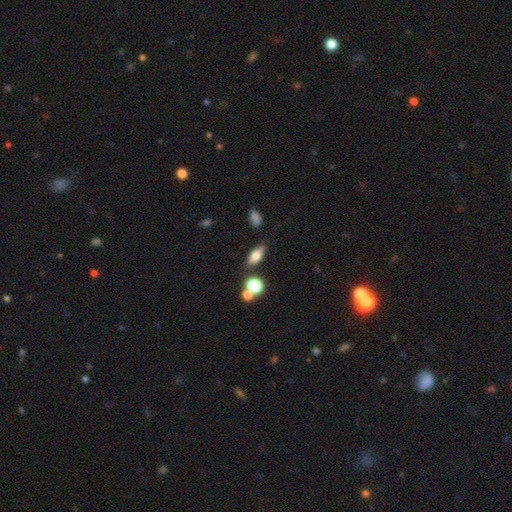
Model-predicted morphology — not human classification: Smooth or featured?
  - smooth: 68% *
  - featured or disk: 20%
  - star or artifact: 12%
How rounded?
  - in between: 68% *
  - cigar-shaped: 23%
  - round: 9%
Merging?
  - none: 78% *
  - minor disturbance: 12%
  - merger: 7%
  - major disturbance: 4%